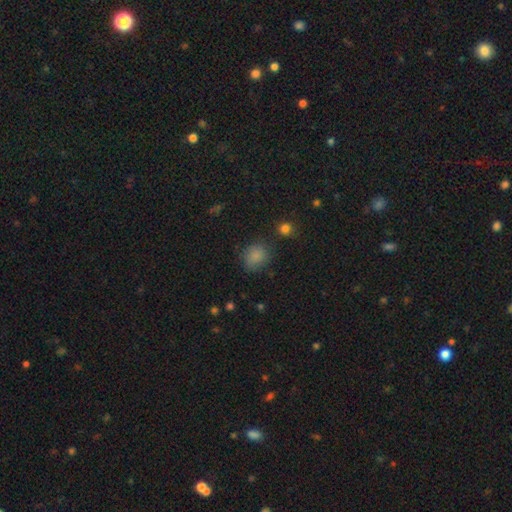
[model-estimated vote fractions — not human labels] Morphology: type=smooth (82%); roundness=round (63%); merging=none (76%).